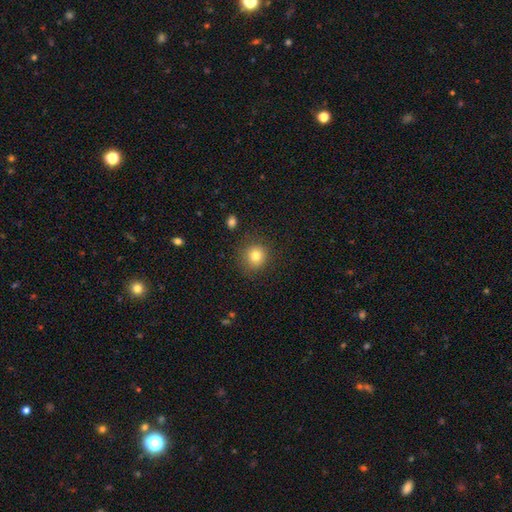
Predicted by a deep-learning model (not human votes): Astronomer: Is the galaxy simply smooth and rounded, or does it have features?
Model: smooth — 81%.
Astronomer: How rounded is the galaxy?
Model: round — 89%.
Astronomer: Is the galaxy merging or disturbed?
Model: none — 85%.